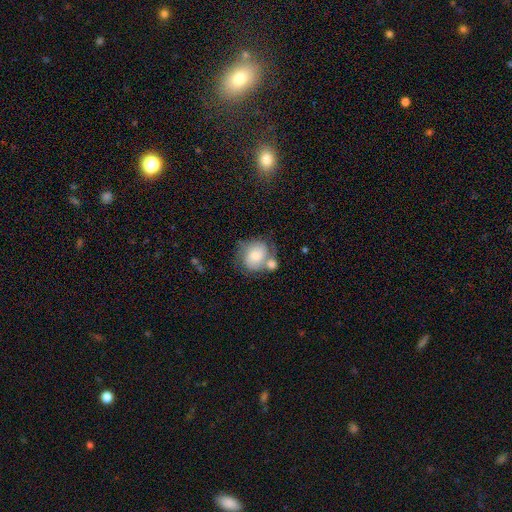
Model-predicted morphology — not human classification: smooth 56%, featured or disk 36%, star or artifact 8%. Down the decision tree: how rounded — round (68%); merging — none (36%).